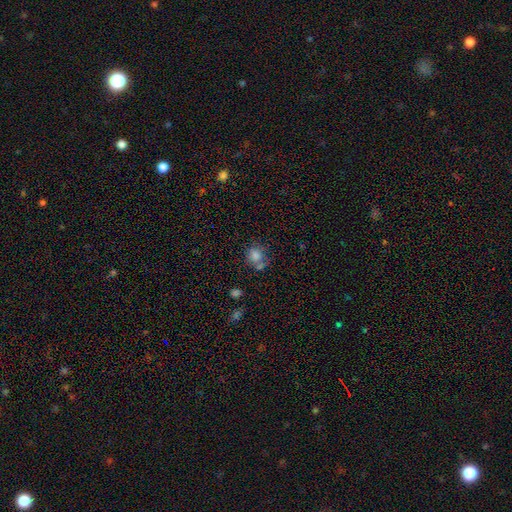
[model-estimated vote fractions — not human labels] Smooth or featured? Predicted: smooth (p=0.77). How rounded? Predicted: round (p=0.79). Merging? Predicted: none (p=0.51).